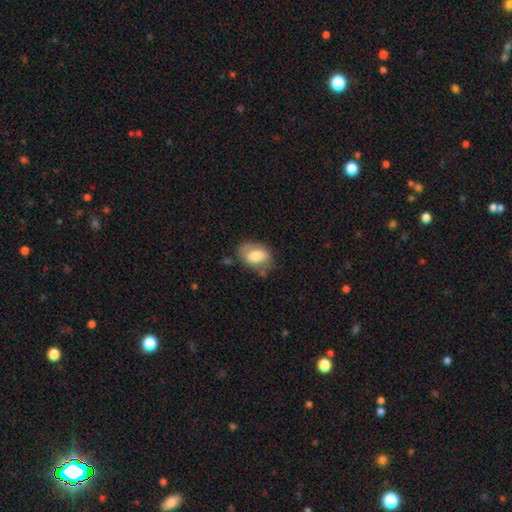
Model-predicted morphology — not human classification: This appears to be a smooth galaxy with no disk features (72%) that is in between round and cigar-shaped (83%). Merging: none (63%).